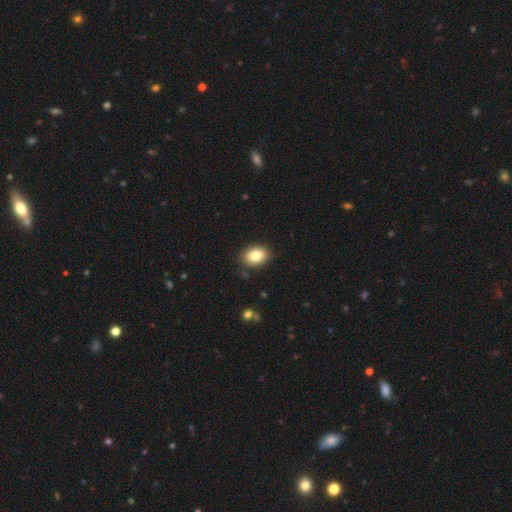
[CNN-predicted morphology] type=smooth (83%); roundness=in between (73%); merging=none (88%).